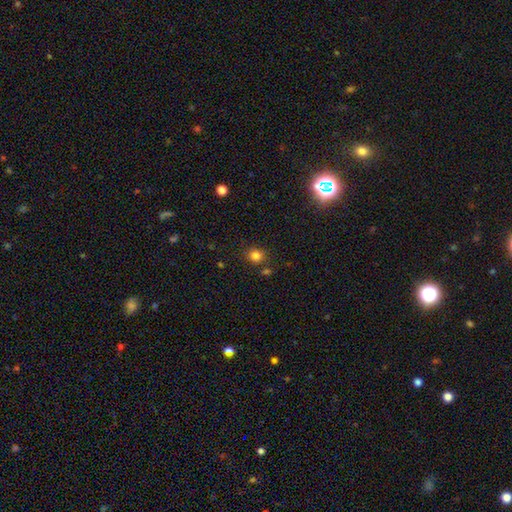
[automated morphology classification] smooth 81%, star or artifact 14%, featured or disk 5%. Down the decision tree: how rounded — round (83%); merging — none (80%).